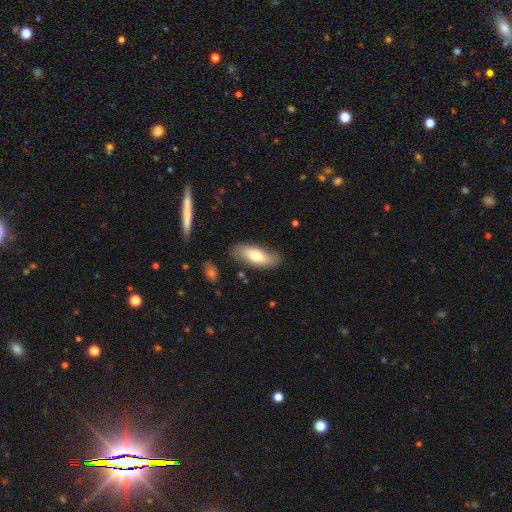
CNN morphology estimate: smooth-or-featured: smooth: 68% | featured or disk: 26% | star or artifact: 6%
  how-rounded: in between: 79% | cigar-shaped: 18% | round: 3%
  merging: none: 82% | minor disturbance: 13% | major disturbance: 3% | merger: 2%